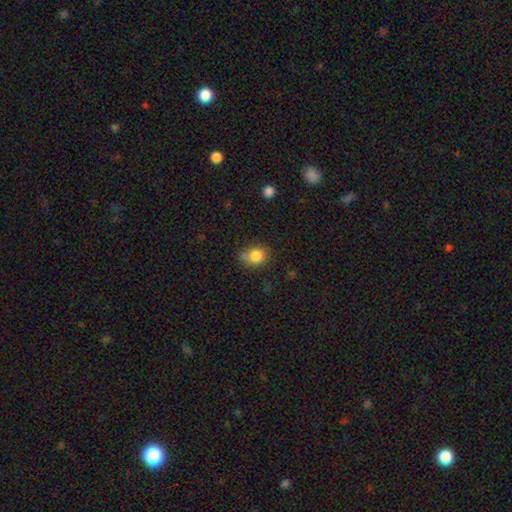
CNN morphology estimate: Smooth or featured? smooth (82%)
How rounded? round (64%)
Merging? none (57%)